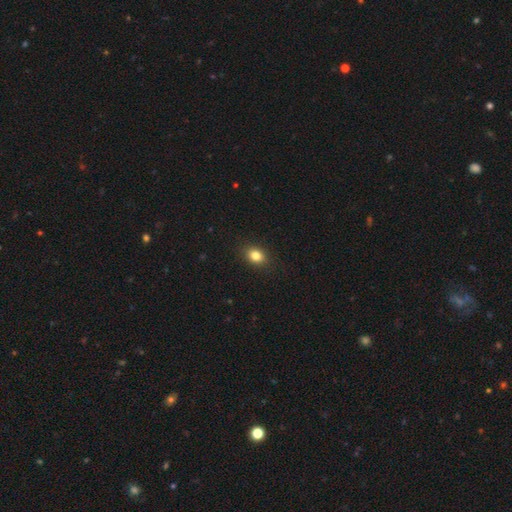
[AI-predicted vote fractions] Overall: smooth (83%). How rounded: in between (59%; round 40%). Merging: none (89%).